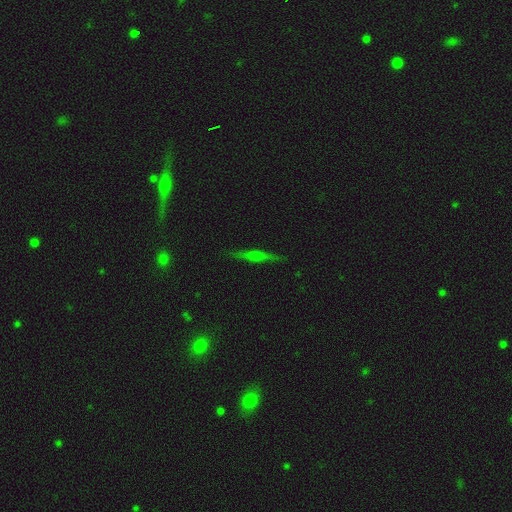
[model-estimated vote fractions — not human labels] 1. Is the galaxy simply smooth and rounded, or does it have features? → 57% featured or disk, 31% smooth, 12% star or artifact.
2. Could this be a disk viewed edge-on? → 95% yes, 5% no.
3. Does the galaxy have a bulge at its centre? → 60% rounded, 21% boxy, 20% none.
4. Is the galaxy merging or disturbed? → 87% none, 10% minor disturbance, 2% major disturbance, 1% merger.